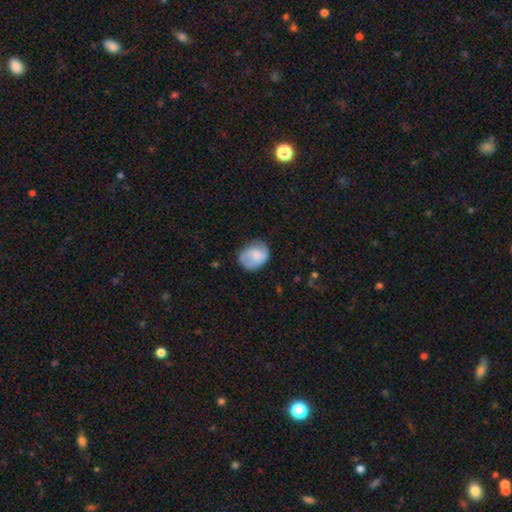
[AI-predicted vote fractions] This is likely a smooth galaxy (63%). How rounded: possibly in between (53%). Merging: likely none (61%).